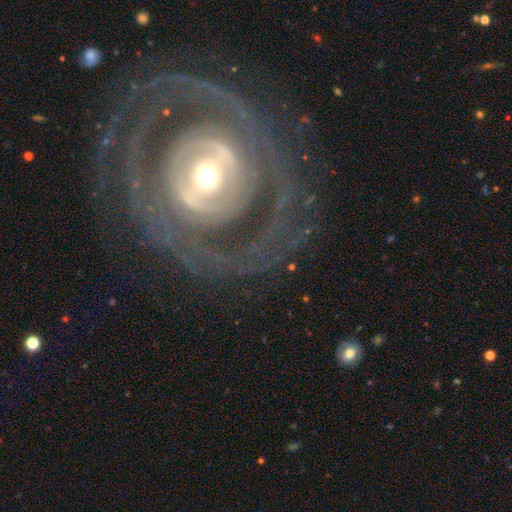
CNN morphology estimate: A featured or disk galaxy (81%) with no bar (41%), tight (64%) spiral arms (73%) and a moderate central bulge (57%). Merging: none (72%).